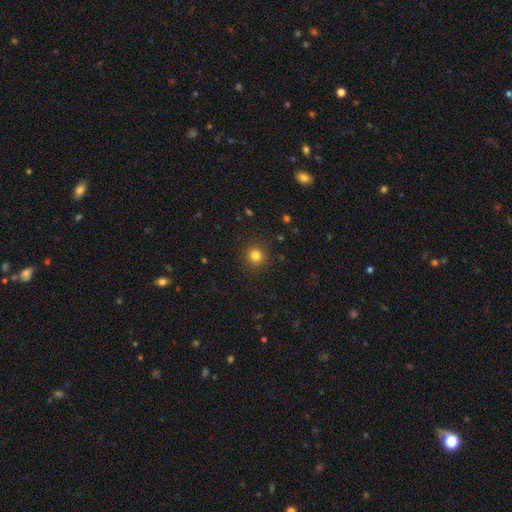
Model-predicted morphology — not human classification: smooth 81%, star or artifact 13%, featured or disk 5%. Down the decision tree: how rounded — round (94%); merging — none (91%).